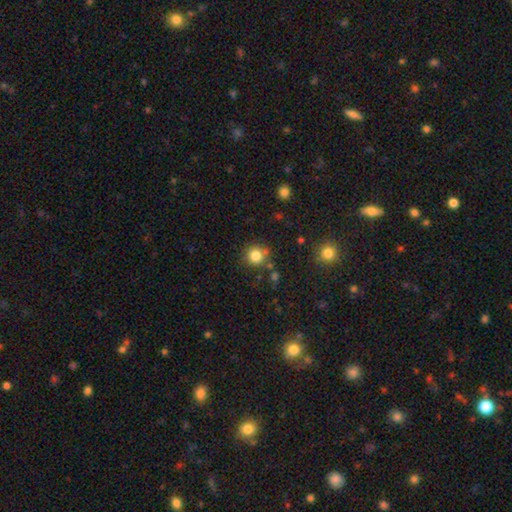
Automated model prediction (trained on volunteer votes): Smooth or featured? Predicted: smooth (p=0.82). How rounded? Predicted: round (p=0.92). Merging? Predicted: none (p=0.77).